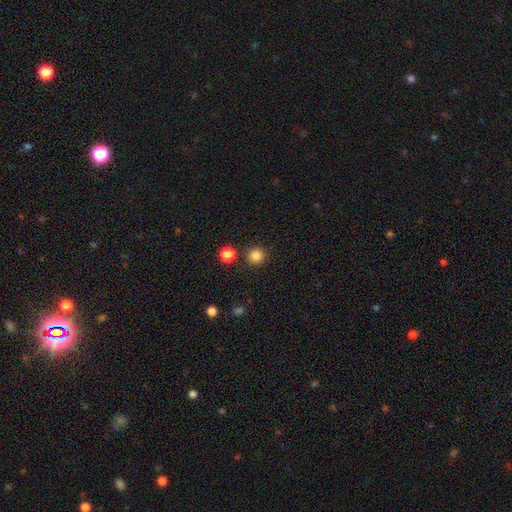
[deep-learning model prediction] Smooth or featured?
  - smooth: 85% *
  - star or artifact: 12%
  - featured or disk: 3%
How rounded?
  - round: 93% *
  - in between: 6%
  - cigar-shaped: 1%
Merging?
  - none: 86% *
  - minor disturbance: 7%
  - merger: 4%
  - major disturbance: 3%